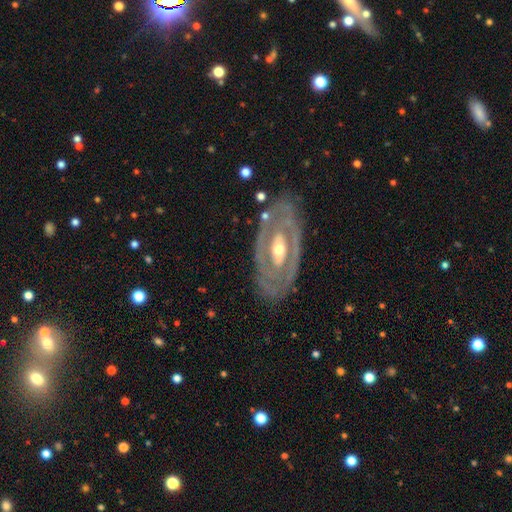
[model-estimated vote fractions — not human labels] Morphology: type=featured or disk (82%); edge-on=no (89%); bar=no (52%); spiral arms=yes (53%); bulge=moderate (62%); merging=none (79%).